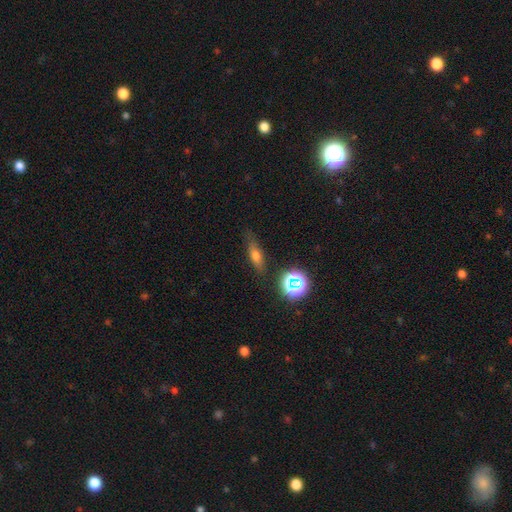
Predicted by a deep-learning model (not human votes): Q: Smooth or featured?
A: smooth (59%); runner-up: featured or disk (26%)
Q: How rounded?
A: in between (46%); runner-up: cigar-shaped (43%)
Q: Merging?
A: none (75%); runner-up: minor disturbance (18%)